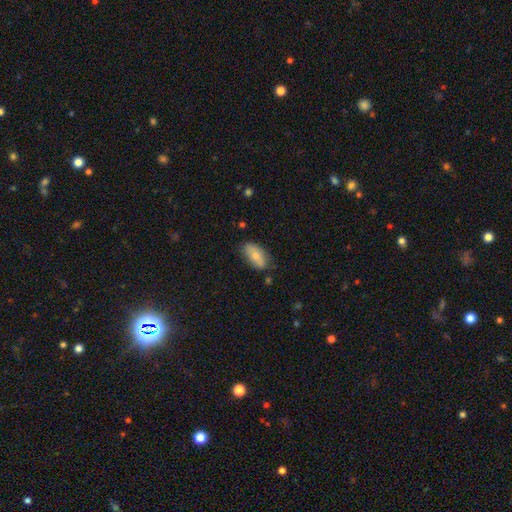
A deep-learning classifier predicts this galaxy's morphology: Overall: smooth (73%). How rounded: in between (90%). Merging: none (75%).